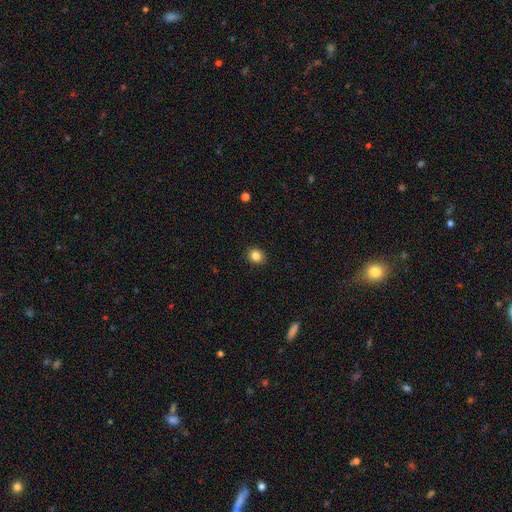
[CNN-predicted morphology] Q: Smooth or featured?
A: smooth (85%); runner-up: star or artifact (10%)
Q: How rounded?
A: round (70%); runner-up: in between (29%)
Q: Merging?
A: none (91%); runner-up: minor disturbance (7%)